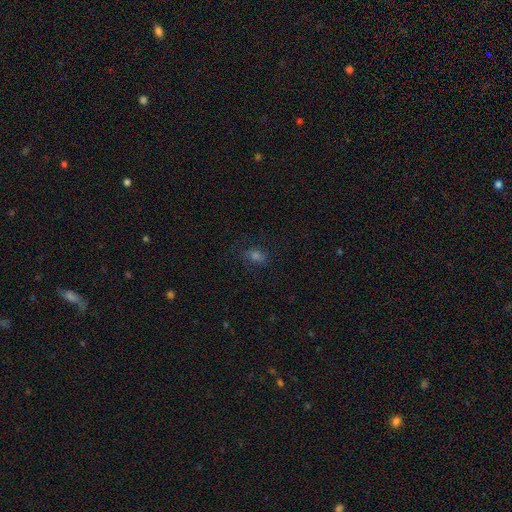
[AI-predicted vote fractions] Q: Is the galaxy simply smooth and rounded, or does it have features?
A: smooth — 58%.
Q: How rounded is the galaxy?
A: in between — 66%.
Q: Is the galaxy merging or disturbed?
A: none — 76%.